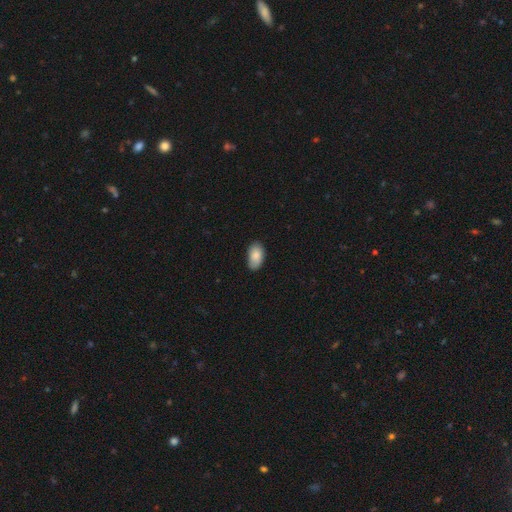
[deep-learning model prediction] Overall: smooth (85%). How rounded: in between (95%). Merging: none (79%).